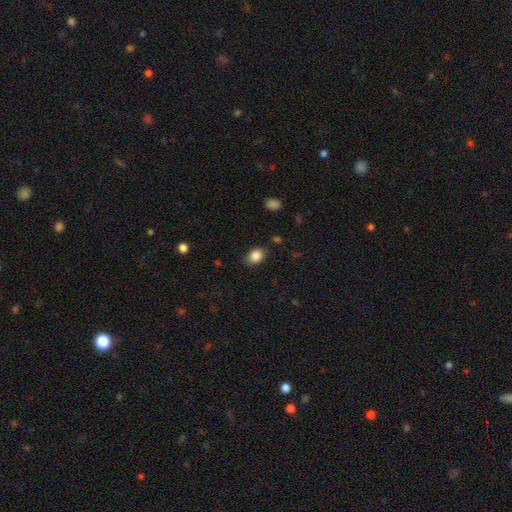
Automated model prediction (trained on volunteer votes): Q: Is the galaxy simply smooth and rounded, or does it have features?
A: smooth — 86%.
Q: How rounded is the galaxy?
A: in between — 71%.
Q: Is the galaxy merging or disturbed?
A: none — 82%.